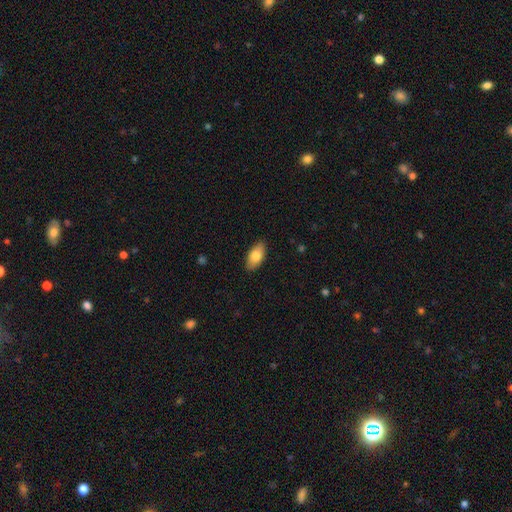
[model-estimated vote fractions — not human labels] smooth_or_featured: smooth (p=0.80) [alt: featured or disk p=0.14]
how_rounded: in between (p=0.91) [alt: cigar-shaped p=0.06]
merging: none (p=0.88) [alt: minor disturbance p=0.09]